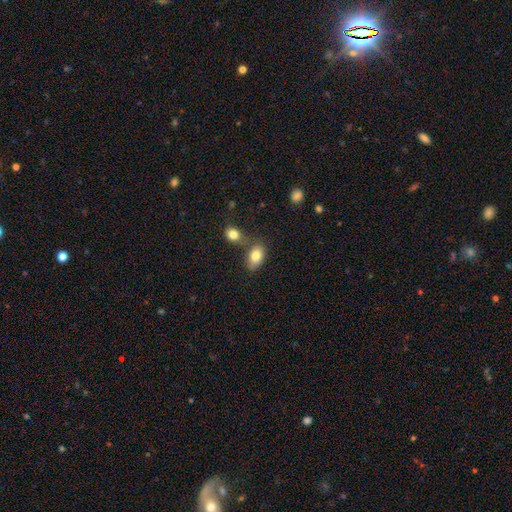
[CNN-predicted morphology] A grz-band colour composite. It shows a smooth galaxy with no disk features (83%) that is in between round and cigar-shaped (87%). Merging: none (57%).